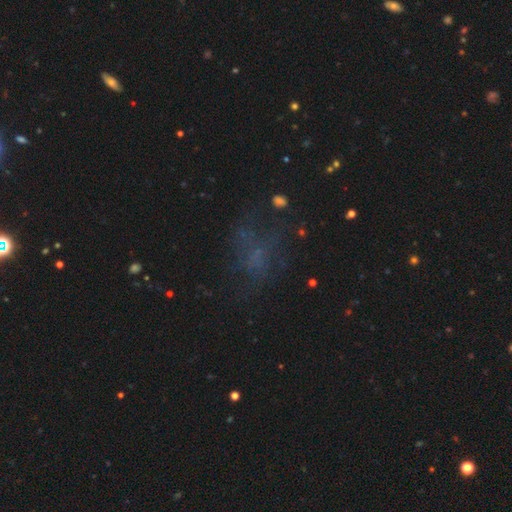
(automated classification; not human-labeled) This appears to be a star or artifact, not a galaxy (38%).